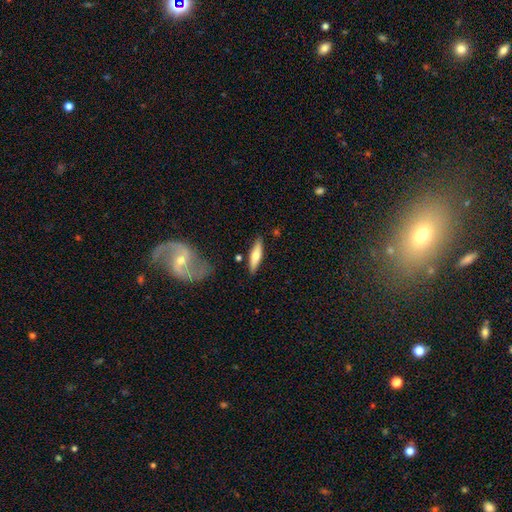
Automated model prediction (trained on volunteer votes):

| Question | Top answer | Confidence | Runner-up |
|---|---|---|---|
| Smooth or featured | smooth | 60% | featured or disk (35%) |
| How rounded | cigar-shaped | 67% | in between (31%) |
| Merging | none | 82% | minor disturbance (11%) |